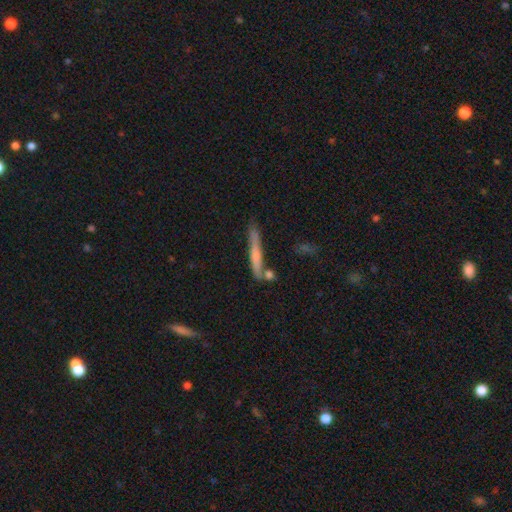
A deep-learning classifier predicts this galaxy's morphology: A smooth galaxy with no disk features (52%) that is cigar-shaped (94%).

Vote fractions:
- Smooth or featured? smooth: 52% / featured or disk: 41% / star or artifact: 7%
- How rounded? cigar-shaped: 94% / in between: 4% / round: 2%
- Merging? none: 71% / minor disturbance: 16% / merger: 10% / major disturbance: 4%